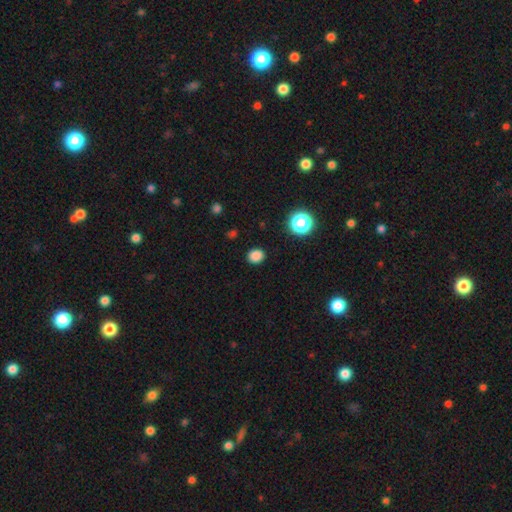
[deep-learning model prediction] The model was most divided on "how rounded": round: 64%, in between: 35%, cigar-shaped: 1%. More confident: merging — none (89%); smooth or featured — smooth (84%).